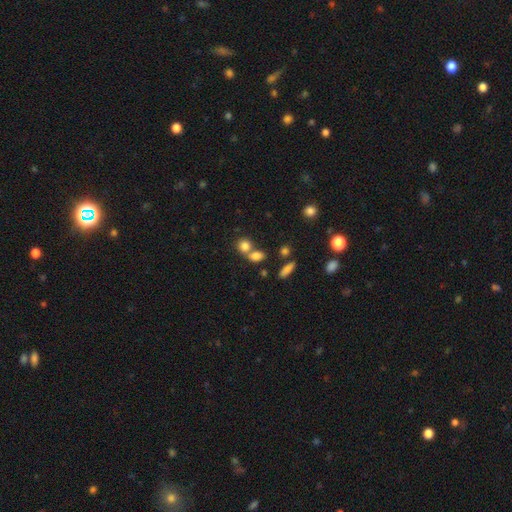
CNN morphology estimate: smooth 79%, star or artifact 13%, featured or disk 9%. Down the decision tree: how rounded — round (51%); merging — none (45%).